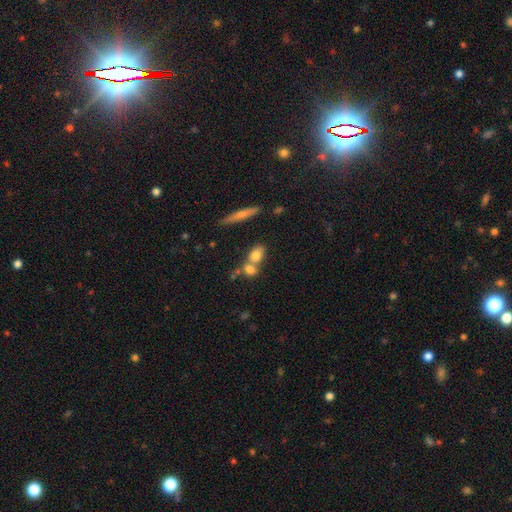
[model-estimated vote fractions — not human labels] Smooth or featured? smooth (75%)
How rounded? in between (60%)
Merging? merger (48%)